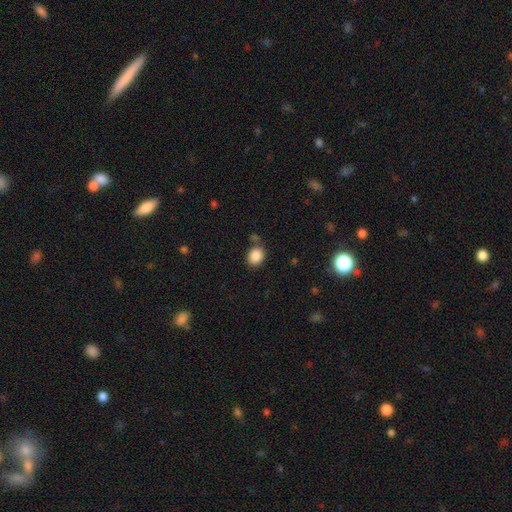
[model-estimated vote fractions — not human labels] The model was most divided on "how rounded": round: 56%, in between: 43%, cigar-shaped: 1%. More confident: smooth or featured — smooth (87%); merging — none (77%).